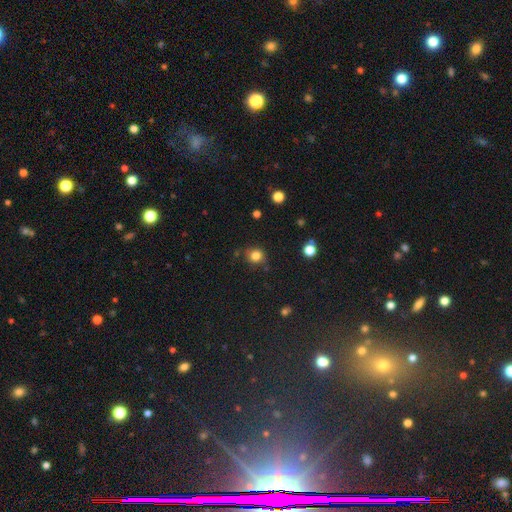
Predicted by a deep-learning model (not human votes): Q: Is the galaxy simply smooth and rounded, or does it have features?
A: smooth — 82%.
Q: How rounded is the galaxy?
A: round — 85%.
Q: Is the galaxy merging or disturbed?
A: none — 79%.